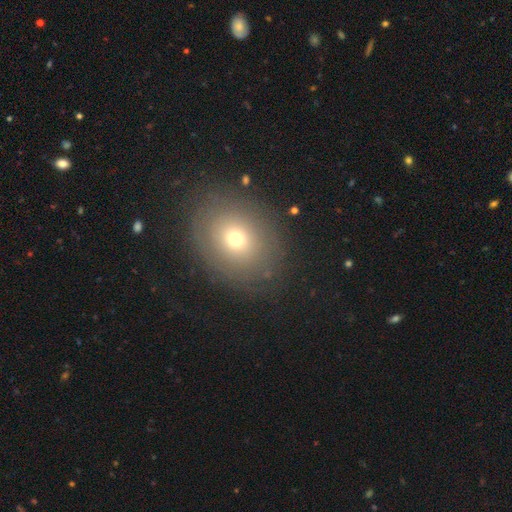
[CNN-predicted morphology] Smooth or featured? smooth (66%)
How rounded? round (53%)
Merging? none (89%)